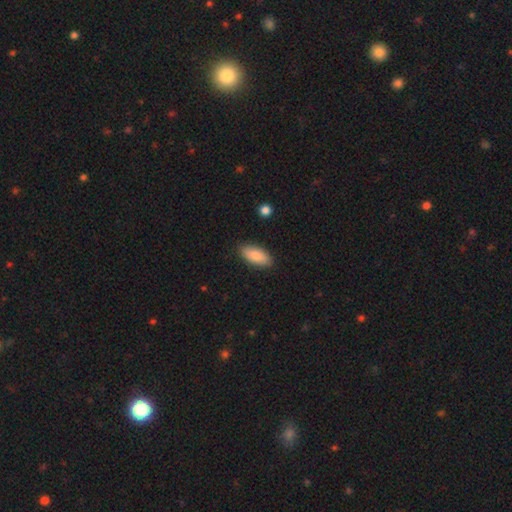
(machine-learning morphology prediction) This is clearly a smooth galaxy (84%). How rounded: clearly in between (87%). Merging: clearly none (87%).